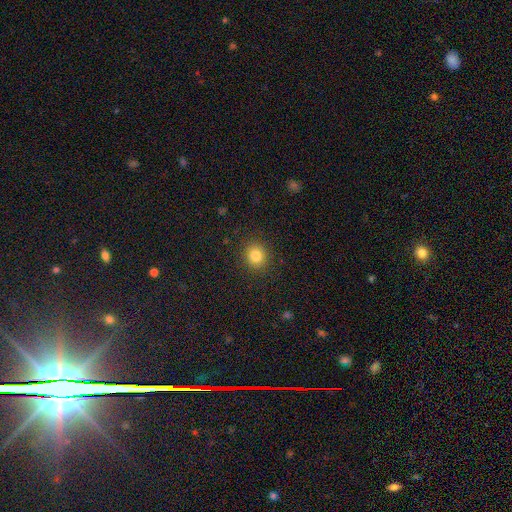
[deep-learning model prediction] This appears to be a smooth galaxy with no disk features (82%) that is round (83%). Merging: none (90%).